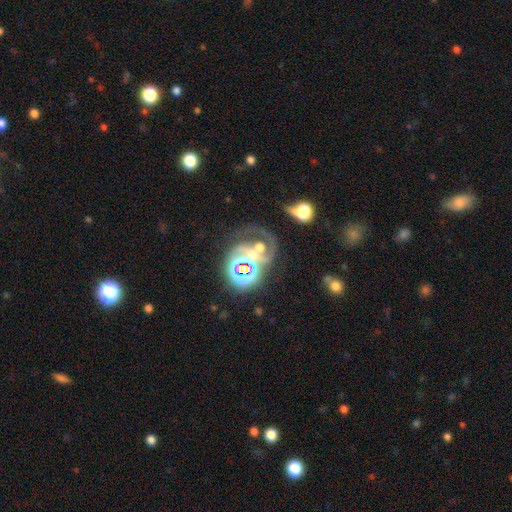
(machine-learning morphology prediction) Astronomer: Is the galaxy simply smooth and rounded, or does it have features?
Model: featured or disk — 46% (runner-up: star or artifact, 36%).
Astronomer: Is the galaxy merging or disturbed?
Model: merger — 32% (runner-up: none, 28%).